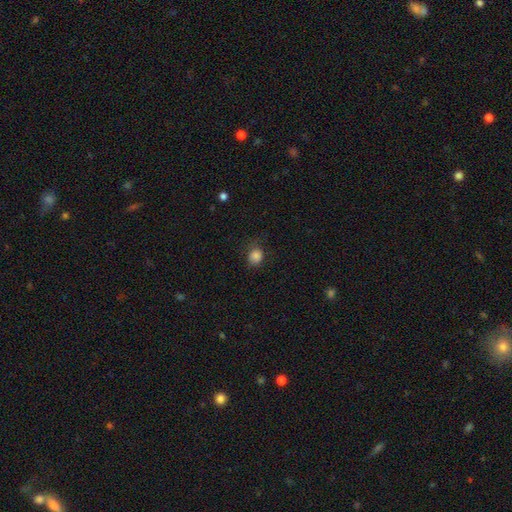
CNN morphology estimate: Q: Smooth or featured?
A: smooth (84%); runner-up: star or artifact (12%)
Q: How rounded?
A: round (74%); runner-up: in between (25%)
Q: Merging?
A: none (74%); runner-up: minor disturbance (18%)